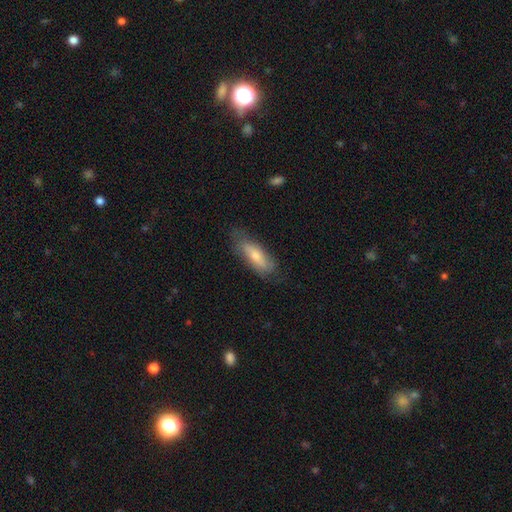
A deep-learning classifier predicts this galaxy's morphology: This appears to be a smooth galaxy with no disk features (61%) that is in between round and cigar-shaped (57%). Merging: none (68%).